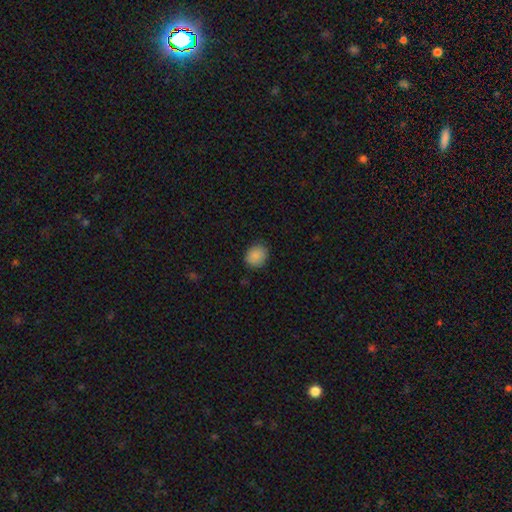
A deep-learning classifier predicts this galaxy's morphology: Smooth or featured?
  - smooth: 88% *
  - star or artifact: 9%
  - featured or disk: 4%
How rounded?
  - round: 69% *
  - in between: 31%
  - cigar-shaped: 1%
Merging?
  - none: 84% *
  - minor disturbance: 12%
  - major disturbance: 3%
  - merger: 1%